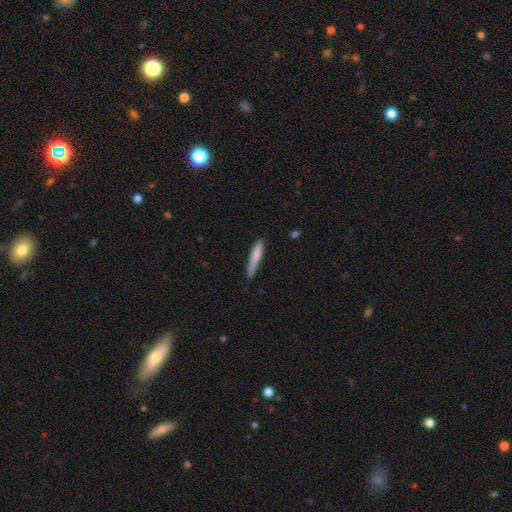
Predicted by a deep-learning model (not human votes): A smooth galaxy with no disk features (77%) that is cigar-shaped (94%). Merging: none (76%).